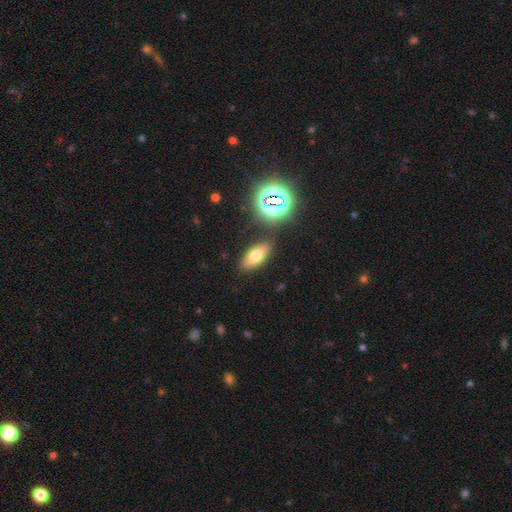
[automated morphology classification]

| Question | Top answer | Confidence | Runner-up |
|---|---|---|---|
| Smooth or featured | smooth | 67% | featured or disk (17%) |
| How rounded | in between | 84% | cigar-shaped (9%) |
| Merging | none | 83% | minor disturbance (10%) |